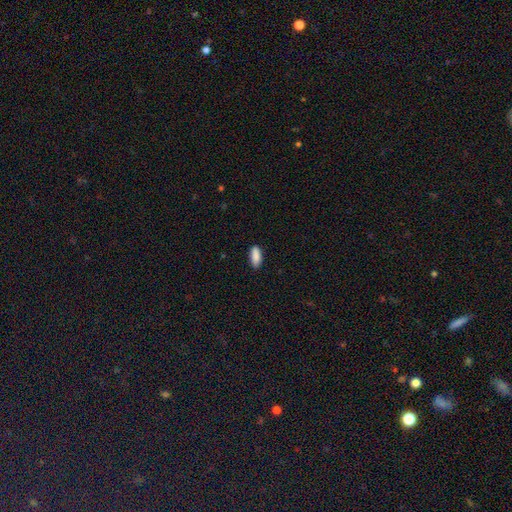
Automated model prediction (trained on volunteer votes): Q: Smooth or featured?
A: smooth (89%); runner-up: star or artifact (6%)
Q: How rounded?
A: in between (82%); runner-up: cigar-shaped (16%)
Q: Merging?
A: none (86%); runner-up: minor disturbance (11%)